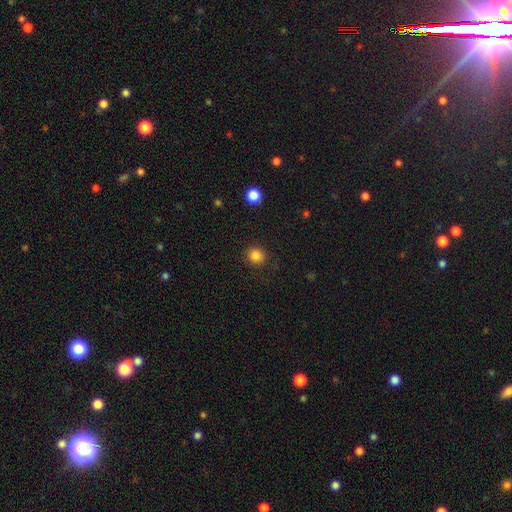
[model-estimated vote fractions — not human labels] Q: Smooth or featured?
A: smooth (84%); runner-up: star or artifact (12%)
Q: How rounded?
A: round (88%); runner-up: in between (11%)
Q: Merging?
A: none (88%); runner-up: minor disturbance (8%)